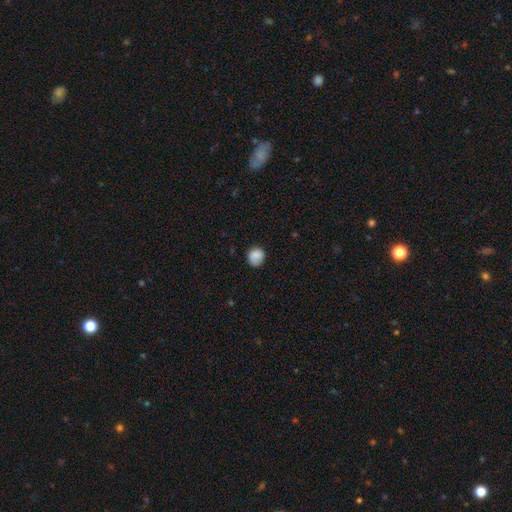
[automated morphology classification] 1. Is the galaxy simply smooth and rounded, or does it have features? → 82% smooth, 10% featured or disk, 9% star or artifact.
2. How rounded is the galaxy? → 80% round, 19% in between, 1% cigar-shaped.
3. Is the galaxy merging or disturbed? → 75% none, 19% minor disturbance, 5% major disturbance, 2% merger.